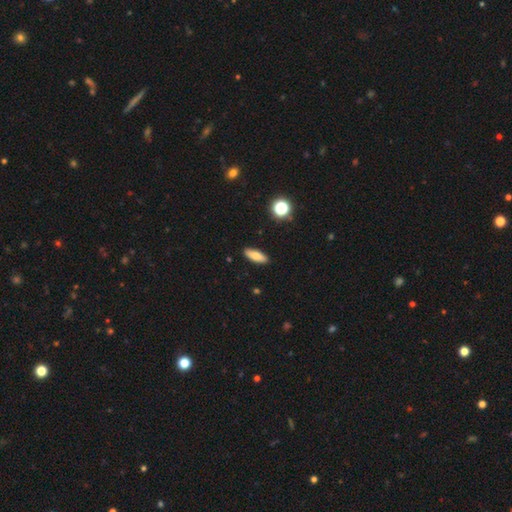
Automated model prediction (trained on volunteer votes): This is likely a smooth galaxy (75%). How rounded: likely in between (64%). Merging: clearly none (90%).